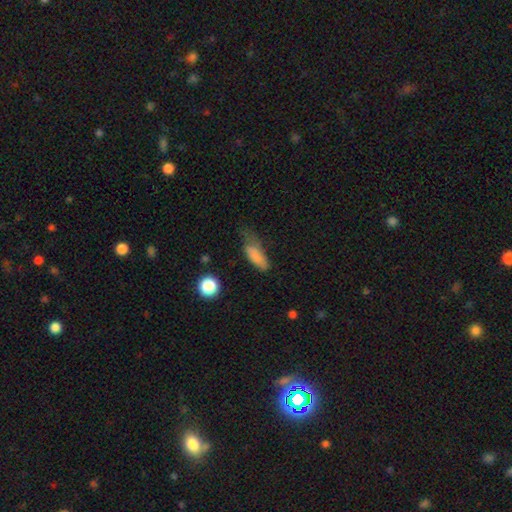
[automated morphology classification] Smooth or featured: smooth — 79% (featured or disk — 12%)
How rounded: in between — 70% (cigar-shaped — 26%)
Merging: minor disturbance — 39% (none — 33%)